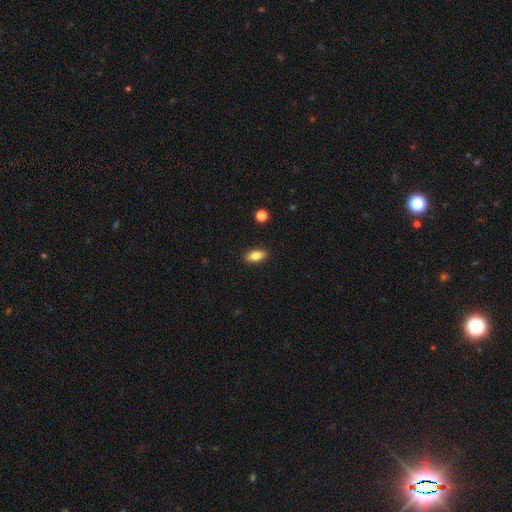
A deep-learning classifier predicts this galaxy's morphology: This appears to be a smooth galaxy with no disk features (80%) that is in between round and cigar-shaped (87%). Merging: none (89%).